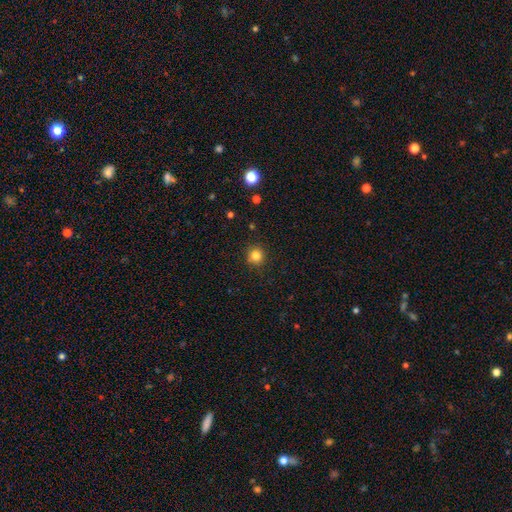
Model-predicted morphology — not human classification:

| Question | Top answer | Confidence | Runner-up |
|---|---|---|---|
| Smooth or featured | smooth | 82% | star or artifact (13%) |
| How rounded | round | 93% | in between (6%) |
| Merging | none | 89% | minor disturbance (8%) |